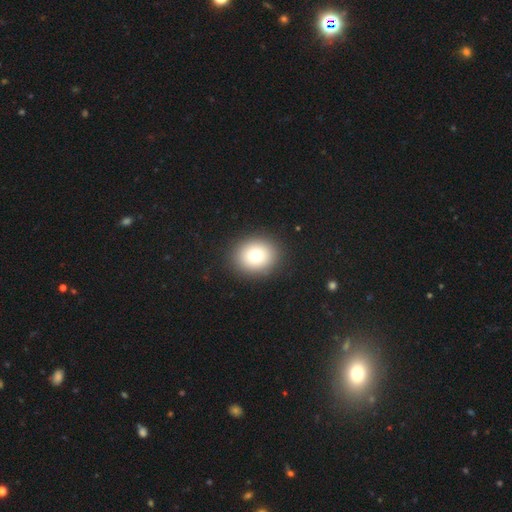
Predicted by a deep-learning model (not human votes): A smooth galaxy with no disk features (77%) that is round (70%).

Vote fractions:
- Smooth or featured? smooth: 77% / star or artifact: 12% / featured or disk: 11%
- How rounded? round: 70% / in between: 29% / cigar-shaped: 1%
- Merging? none: 90% / minor disturbance: 6% / major disturbance: 2% / merger: 1%